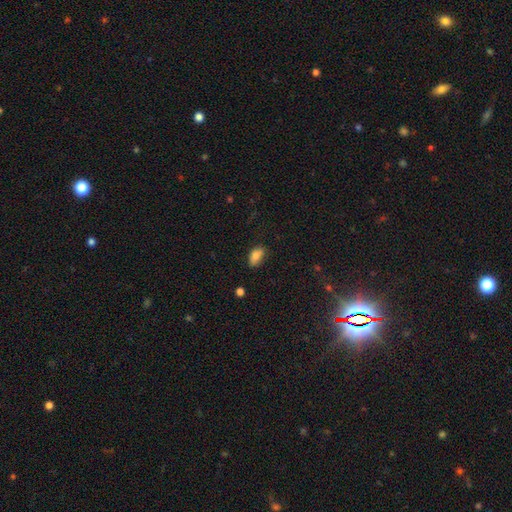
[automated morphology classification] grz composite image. It shows a smooth galaxy with no disk features (82%) that is in between round and cigar-shaped (90%). Merging: none (70%).